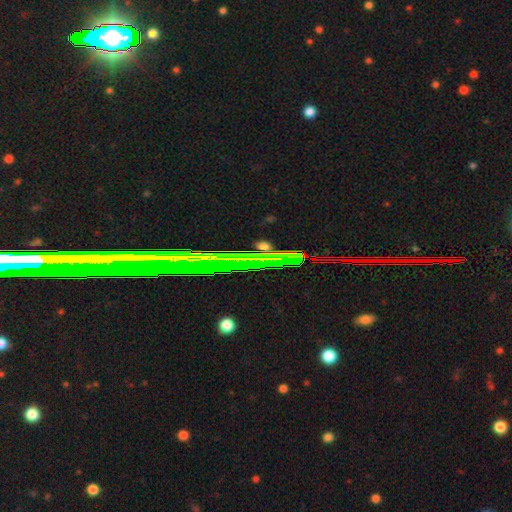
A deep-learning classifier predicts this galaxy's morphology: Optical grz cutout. It shows a star or artifact, not a galaxy (73%).